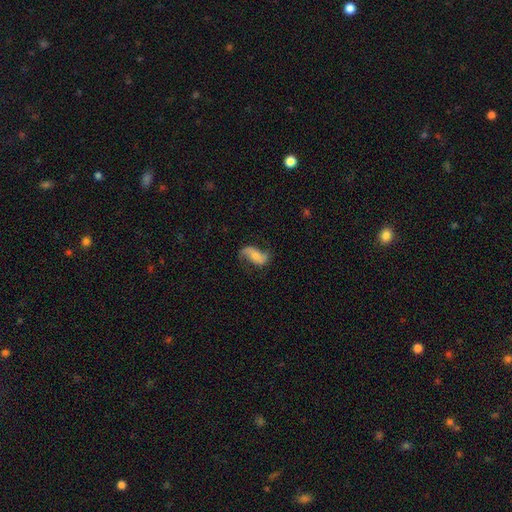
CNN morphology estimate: This appears to be a featured or disk galaxy (63%) with no bar (53%), 2 (88%) loose (67%) spiral arms (91%) and a small central bulge (43%). Merging: none (65%).